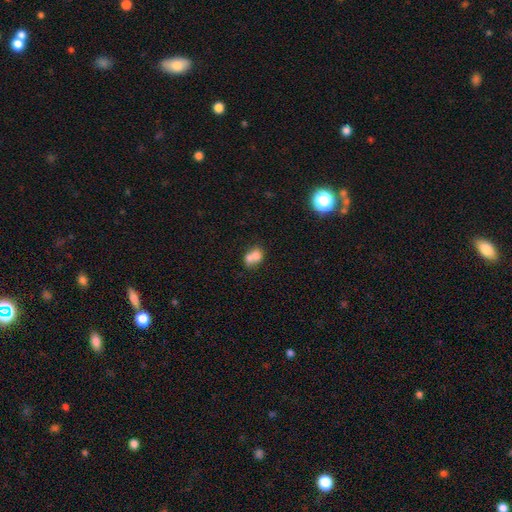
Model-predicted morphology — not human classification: The model was most divided on "how rounded": round: 51%, in between: 48%, cigar-shaped: 1%. More confident: smooth or featured — smooth (70%); merging — merger (65%).